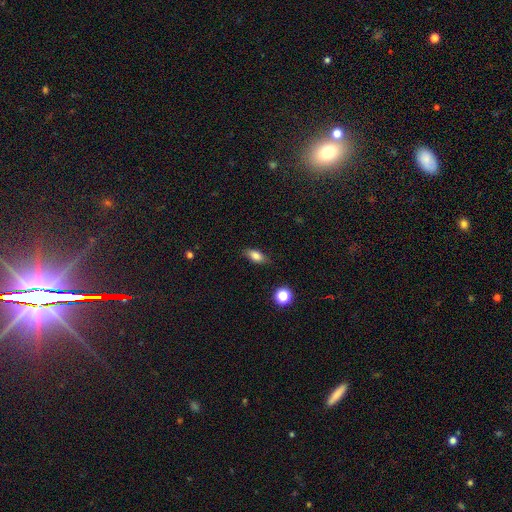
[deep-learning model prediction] The model was most divided on "merging": none: 80%, minor disturbance: 15%, major disturbance: 3%, merger: 1%. More confident: how rounded — in between (82%); smooth or featured — smooth (80%).